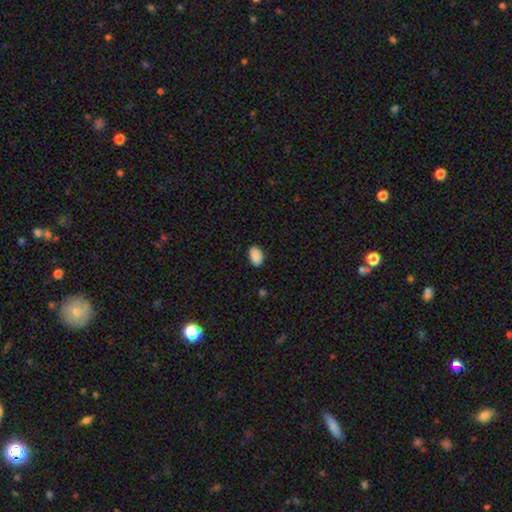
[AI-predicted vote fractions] Smooth or featured? smooth (90%)
How rounded? in between (91%)
Merging? none (88%)